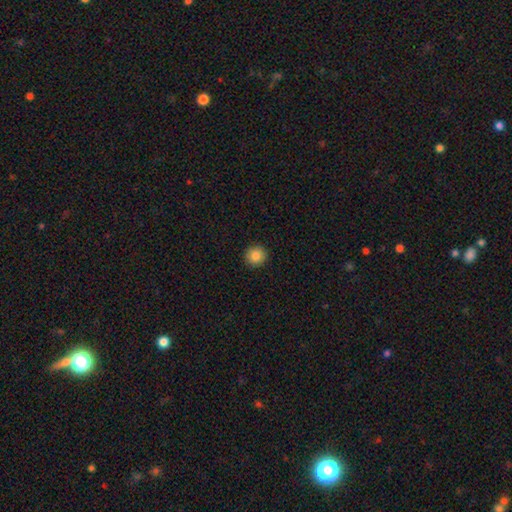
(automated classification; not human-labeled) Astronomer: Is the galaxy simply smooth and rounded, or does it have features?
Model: smooth — 84%.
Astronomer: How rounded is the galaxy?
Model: round — 94%.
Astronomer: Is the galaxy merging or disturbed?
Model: none — 93%.